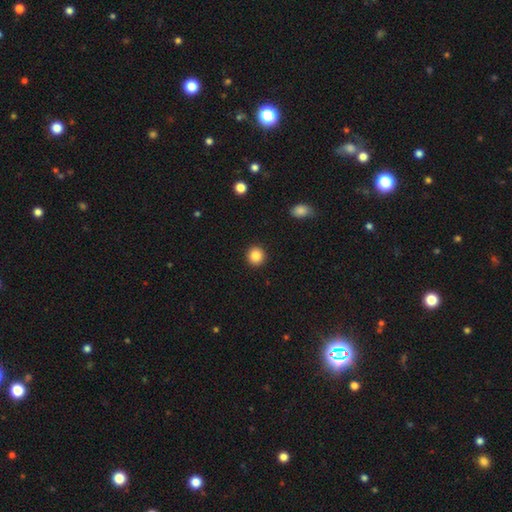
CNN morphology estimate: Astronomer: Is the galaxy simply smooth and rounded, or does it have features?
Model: smooth — 87%.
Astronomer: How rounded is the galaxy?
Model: round — 93%.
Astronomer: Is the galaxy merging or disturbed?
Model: none — 93%.